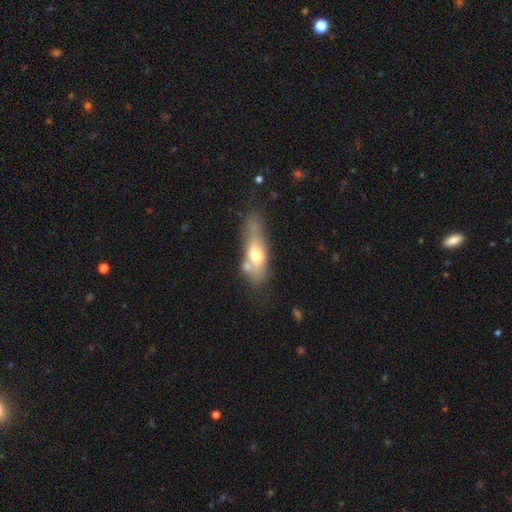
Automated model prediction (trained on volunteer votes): A smooth galaxy with no disk features (56%) that is in between round and cigar-shaped (59%). Merging: none (41%).